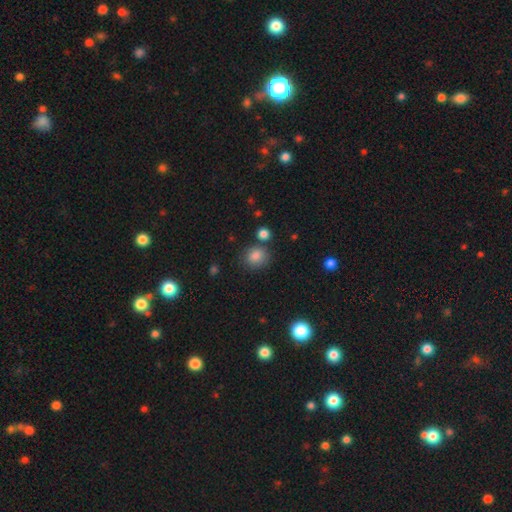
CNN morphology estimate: This is clearly a smooth galaxy (84%). How rounded: likely round (74%). Merging: likely none (75%).